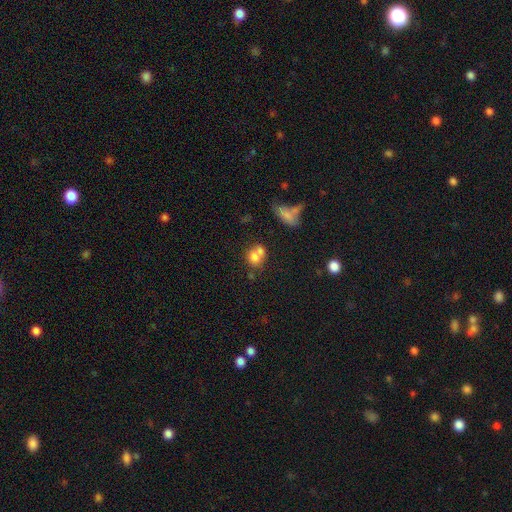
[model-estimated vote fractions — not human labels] Q: Smooth or featured?
A: smooth (72%); runner-up: featured or disk (16%)
Q: How rounded?
A: round (60%); runner-up: in between (38%)
Q: Merging?
A: merger (53%); runner-up: none (32%)